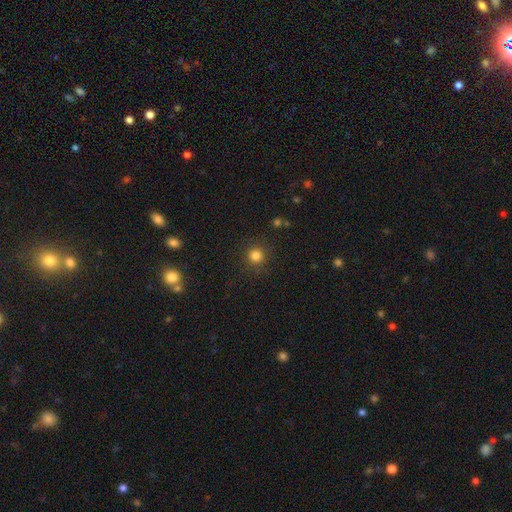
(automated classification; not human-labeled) Q: Smooth or featured?
A: smooth (82%); runner-up: star or artifact (14%)
Q: How rounded?
A: round (94%); runner-up: in between (5%)
Q: Merging?
A: none (89%); runner-up: minor disturbance (7%)